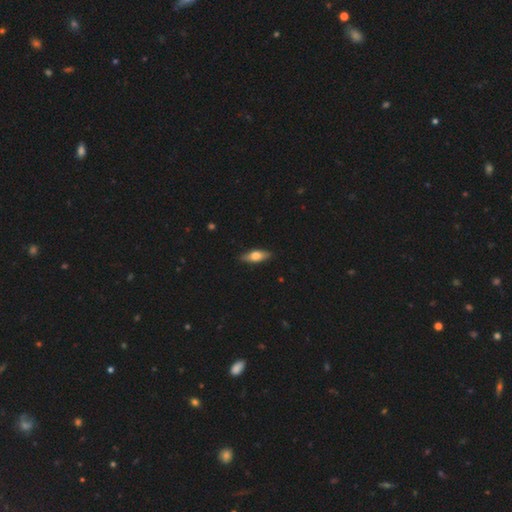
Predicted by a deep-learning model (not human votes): smooth-or-featured: smooth: 63% | featured or disk: 31% | star or artifact: 6%
  how-rounded: in between: 66% | cigar-shaped: 31% | round: 3%
  merging: none: 87% | minor disturbance: 10% | major disturbance: 2% | merger: 1%